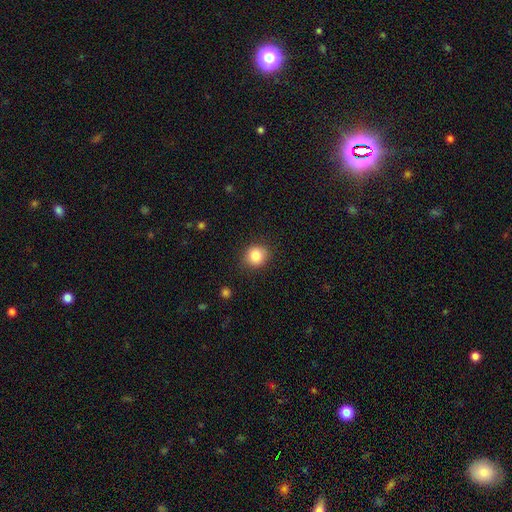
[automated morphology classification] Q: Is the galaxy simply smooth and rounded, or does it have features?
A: smooth — 84%.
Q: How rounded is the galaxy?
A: round — 86%.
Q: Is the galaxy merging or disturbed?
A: none — 88%.